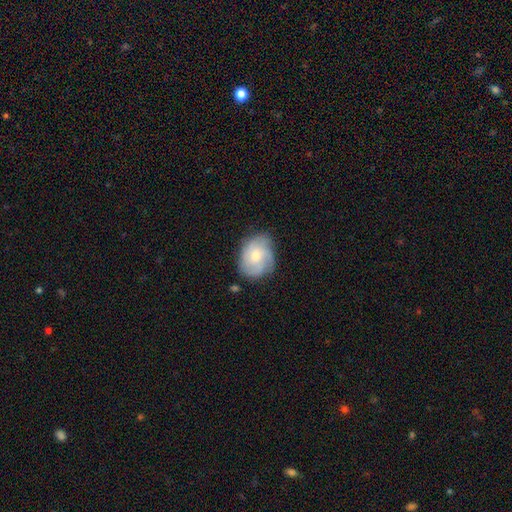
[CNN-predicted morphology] smooth-or-featured: featured or disk: 48% | smooth: 45% | star or artifact: 7%
  merging: none: 66% | minor disturbance: 25% | major disturbance: 7% | merger: 2%